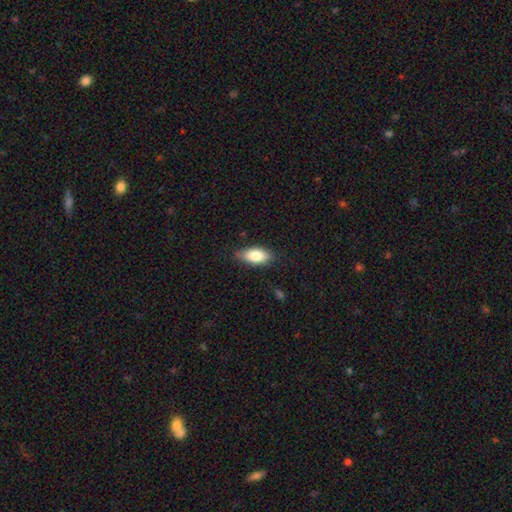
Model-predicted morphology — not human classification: This is clearly a smooth galaxy (82%). How rounded: clearly in between (88%). Merging: clearly none (81%).